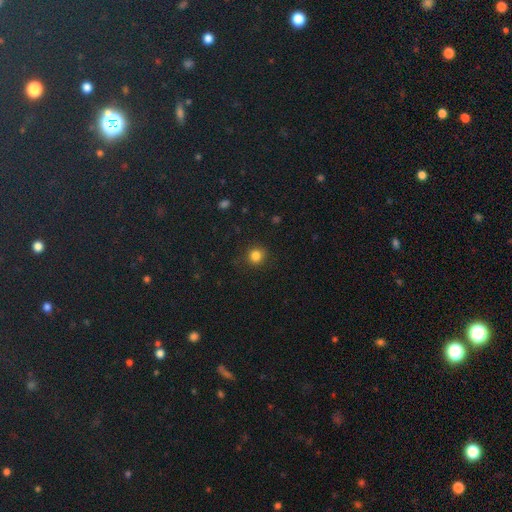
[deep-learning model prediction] smooth_or_featured: smooth (p=0.83) [alt: star or artifact p=0.13]
how_rounded: round (p=0.90) [alt: in between p=0.09]
merging: none (p=0.88) [alt: minor disturbance p=0.08]